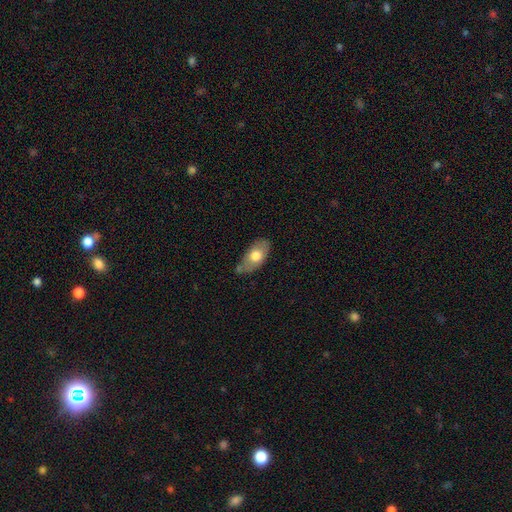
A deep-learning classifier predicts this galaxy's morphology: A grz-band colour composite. It shows a smooth galaxy with no disk features (69%) that is in between round and cigar-shaped (91%). Merging: none (62%).